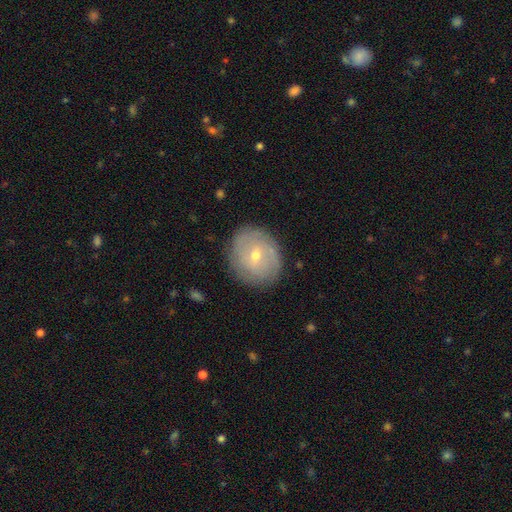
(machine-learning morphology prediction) Smooth or featured?
  - featured or disk: 62% *
  - smooth: 30%
  - star or artifact: 8%
Edge-on disk?
  - no: 96% *
  - yes: 4%
Bar?
  - no: 47% *
  - weak: 44%
  - strong: 9%
Spiral arms?
  - yes: 72% *
  - no: 28%
Bulge size?
  - small: 52% *
  - moderate: 45%
  - large: 1%
  - none: 1%
  - dominant: 1%
Merging?
  - none: 84% *
  - minor disturbance: 12%
  - major disturbance: 3%
  - merger: 1%